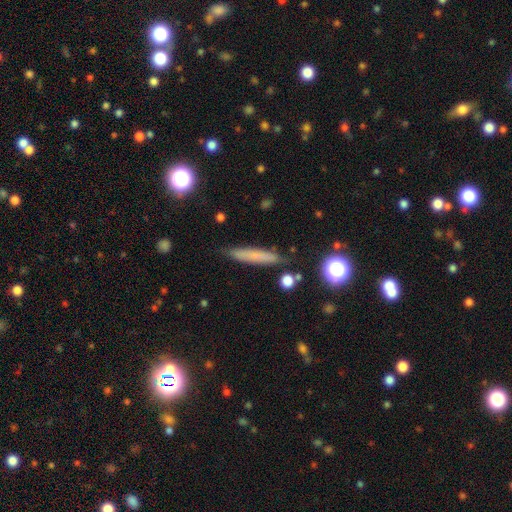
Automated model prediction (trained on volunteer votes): Overall: smooth (67%). How rounded: cigar-shaped (92%). Merging: none (86%).